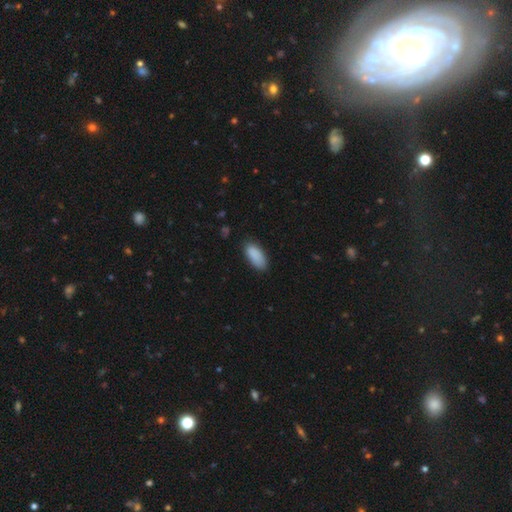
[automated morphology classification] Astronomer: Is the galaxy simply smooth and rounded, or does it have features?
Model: smooth — 89%.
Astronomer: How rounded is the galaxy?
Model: in between — 90%.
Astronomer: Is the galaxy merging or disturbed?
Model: none — 79%.